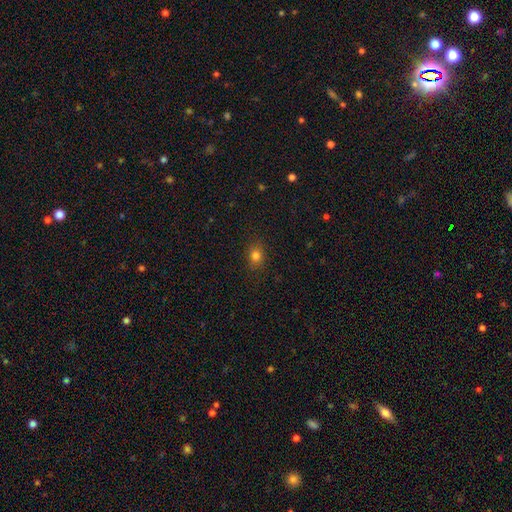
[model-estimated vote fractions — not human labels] Smooth or featured? smooth (80%)
How rounded? round (63%)
Merging? none (87%)